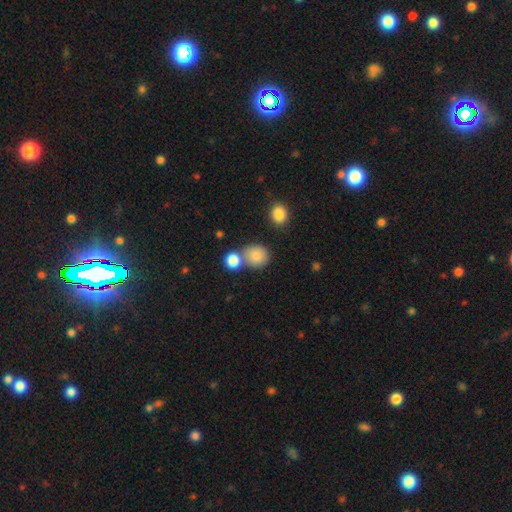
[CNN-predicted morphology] The model was most divided on "merging": none: 58%, merger: 28%, minor disturbance: 11%, major disturbance: 4%. More confident: smooth or featured — smooth (83%); how rounded — round (81%).